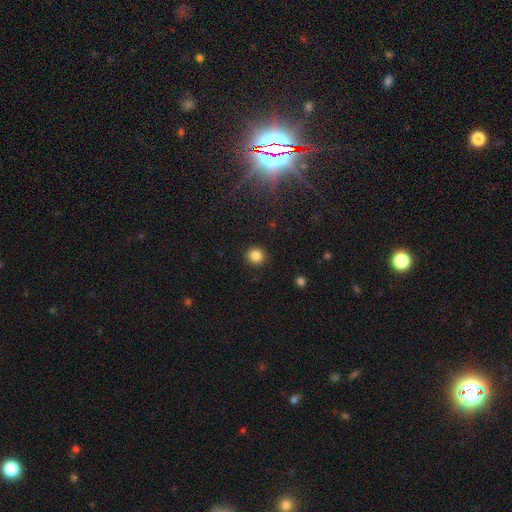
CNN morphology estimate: Smooth or featured? Predicted: smooth (p=0.85). How rounded? Predicted: round (p=0.93). Merging? Predicted: none (p=0.92).